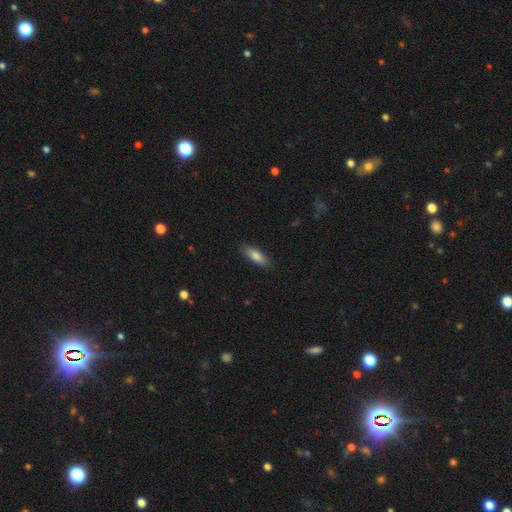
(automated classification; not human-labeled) Smooth or featured? smooth (81%)
How rounded? in between (59%)
Merging? none (87%)